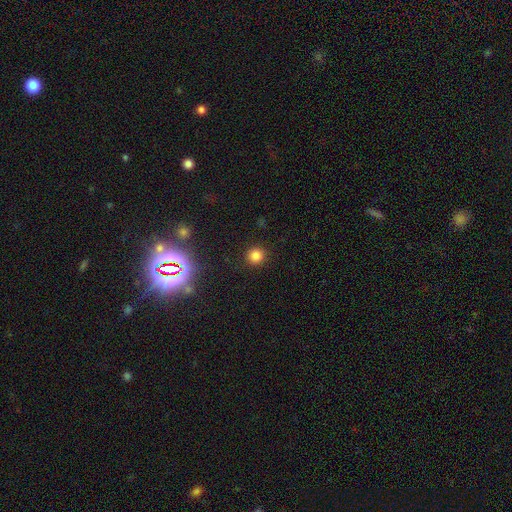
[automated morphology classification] smooth_or_featured: smooth (p=0.81) [alt: star or artifact p=0.15]
how_rounded: round (p=0.92) [alt: in between p=0.07]
merging: none (p=0.91) [alt: minor disturbance p=0.05]